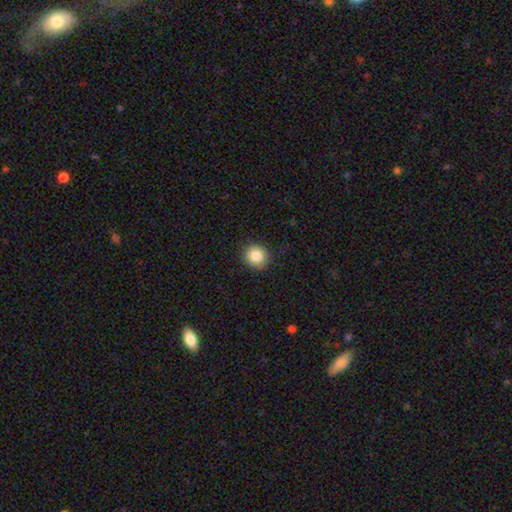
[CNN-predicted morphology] A smooth galaxy with no disk features (85%) that is round (90%).

Vote fractions:
- Smooth or featured? smooth: 85% / star or artifact: 10% / featured or disk: 6%
- How rounded? round: 90% / in between: 9% / cigar-shaped: 1%
- Merging? none: 89% / minor disturbance: 7% / major disturbance: 2% / merger: 1%